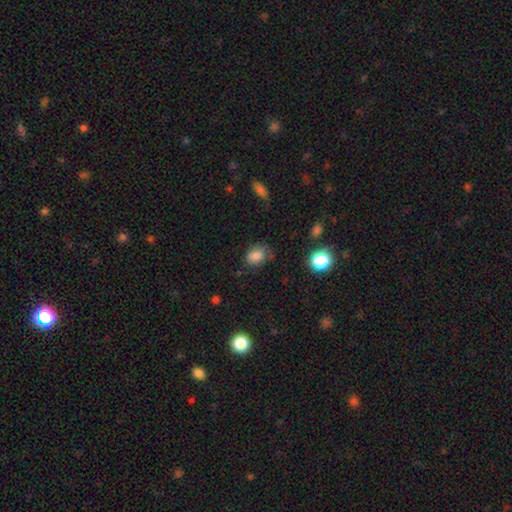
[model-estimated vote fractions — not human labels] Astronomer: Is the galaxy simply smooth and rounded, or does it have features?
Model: smooth — 81%.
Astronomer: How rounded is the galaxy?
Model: in between — 70%.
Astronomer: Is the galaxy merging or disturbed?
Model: none — 63%.